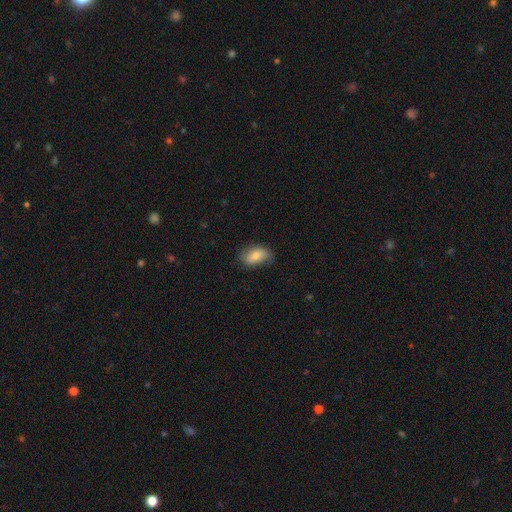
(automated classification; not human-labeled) Smooth or featured?
  - smooth: 76% *
  - featured or disk: 17%
  - star or artifact: 7%
How rounded?
  - in between: 90% *
  - round: 8%
  - cigar-shaped: 2%
Merging?
  - none: 72% *
  - minor disturbance: 22%
  - major disturbance: 5%
  - merger: 1%